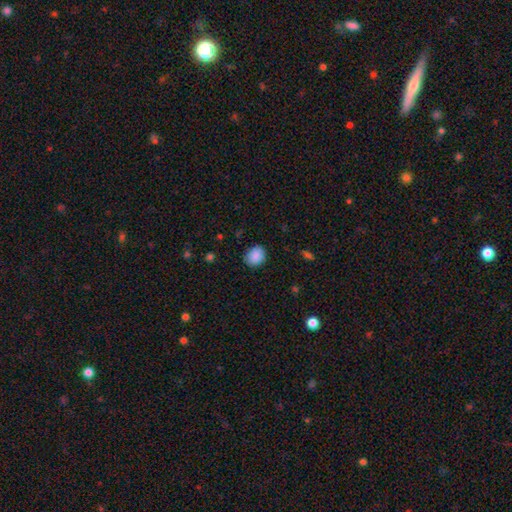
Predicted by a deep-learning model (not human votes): smooth 88%, star or artifact 8%, featured or disk 4%. Down the decision tree: how rounded — round (64%); merging — none (84%).